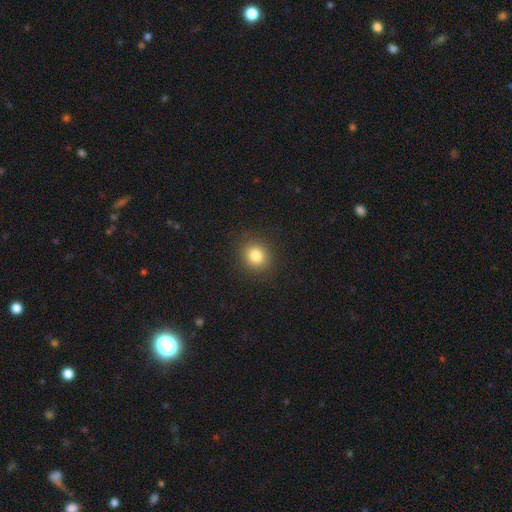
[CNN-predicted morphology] smooth 82%, star or artifact 12%, featured or disk 6%. Down the decision tree: how rounded — round (81%); merging — none (89%).